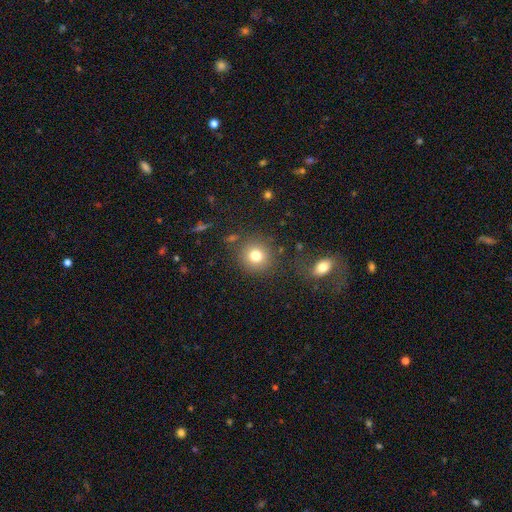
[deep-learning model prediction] A smooth galaxy with no disk features (78%) that is round (91%).

Vote fractions:
- Smooth or featured? smooth: 78% / star or artifact: 13% / featured or disk: 9%
- How rounded? round: 91% / in between: 8% / cigar-shaped: 1%
- Merging? none: 83% / minor disturbance: 9% / merger: 4% / major disturbance: 4%